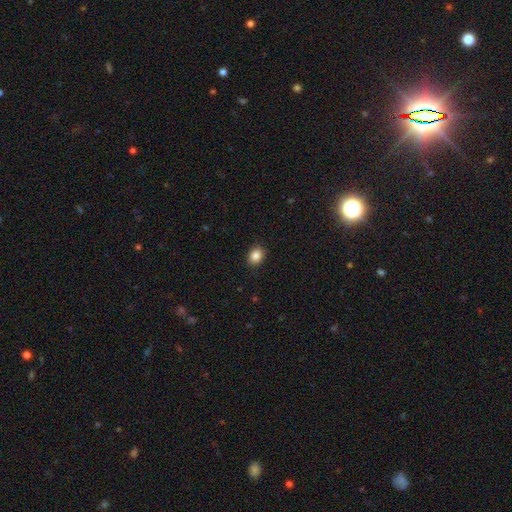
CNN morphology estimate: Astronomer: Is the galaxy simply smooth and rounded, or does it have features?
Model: smooth — 86%.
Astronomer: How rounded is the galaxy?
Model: round — 52% (runner-up: in between, 47%).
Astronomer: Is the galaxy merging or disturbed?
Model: none — 90%.